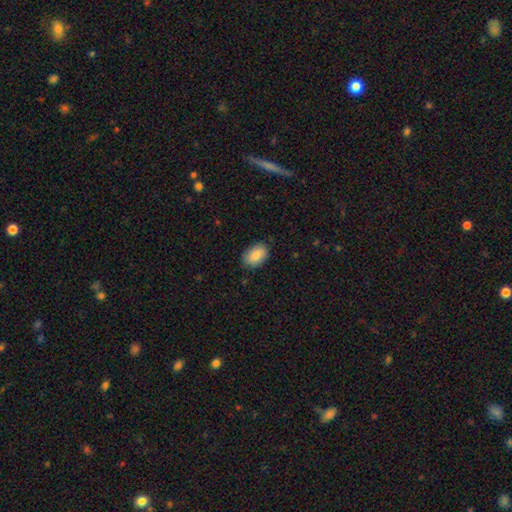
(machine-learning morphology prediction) smooth 88%, star or artifact 7%, featured or disk 6%. Down the decision tree: how rounded — in between (91%); merging — none (84%).